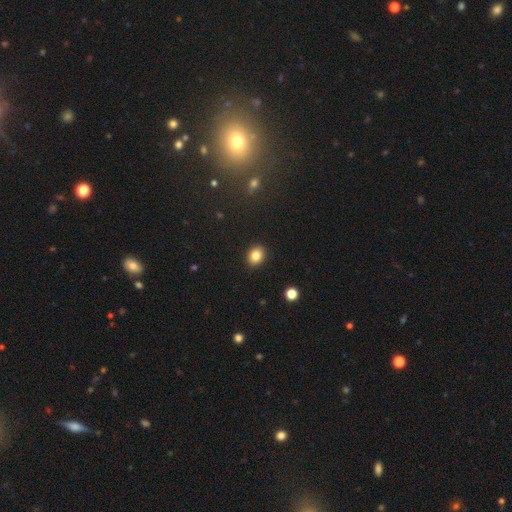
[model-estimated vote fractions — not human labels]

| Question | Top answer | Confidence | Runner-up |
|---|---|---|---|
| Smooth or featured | smooth | 84% | star or artifact (10%) |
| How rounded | round | 57% | in between (42%) |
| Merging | none | 91% | minor disturbance (6%) |